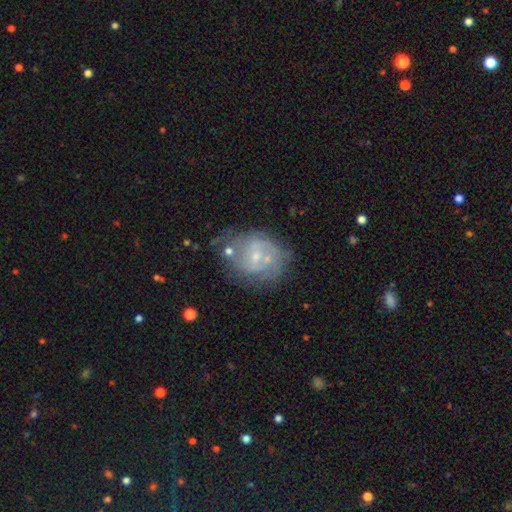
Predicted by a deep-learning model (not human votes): A featured or disk galaxy (73%) with no bar (61%), tight (50%) spiral arms (78%) and a small central bulge (70%). Merging: none (47%).